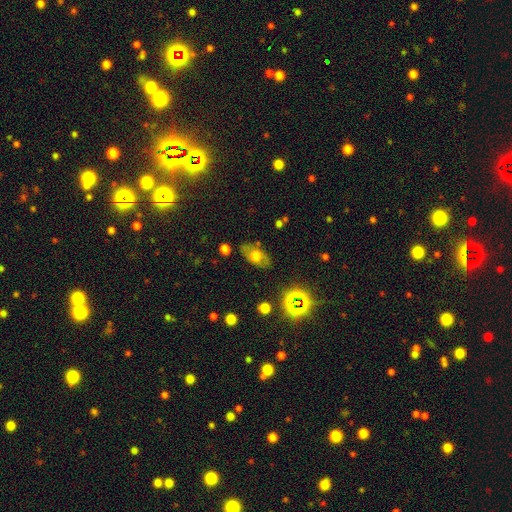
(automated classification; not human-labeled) smooth_or_featured: smooth (p=0.52) [alt: featured or disk p=0.34]
how_rounded: in between (p=0.87) [alt: round p=0.11]
merging: none (p=0.78) [alt: minor disturbance p=0.15]